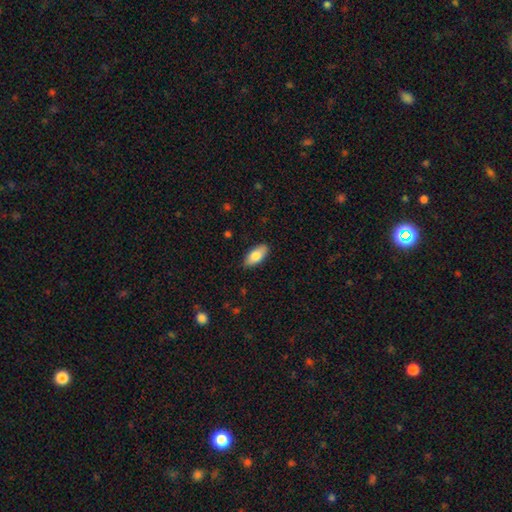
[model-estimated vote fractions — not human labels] Smooth or featured?
  - smooth: 81% *
  - featured or disk: 13%
  - star or artifact: 6%
How rounded?
  - in between: 88% *
  - cigar-shaped: 10%
  - round: 2%
Merging?
  - none: 87% *
  - minor disturbance: 10%
  - major disturbance: 2%
  - merger: 1%